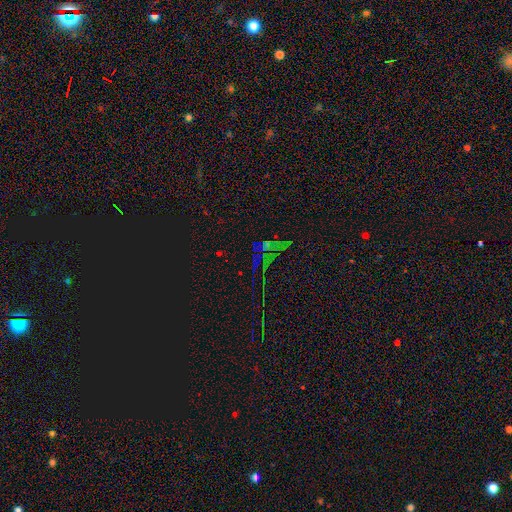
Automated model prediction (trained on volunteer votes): Smooth or featured? Predicted: star or artifact (p=0.73).